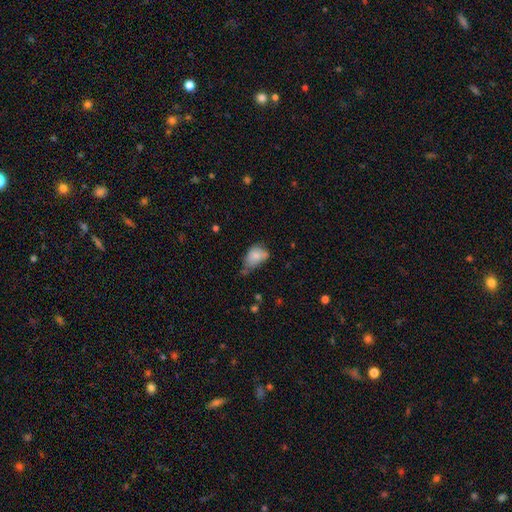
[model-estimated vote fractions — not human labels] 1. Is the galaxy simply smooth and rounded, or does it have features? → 77% smooth, 13% featured or disk, 9% star or artifact.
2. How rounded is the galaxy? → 79% in between, 20% round, 1% cigar-shaped.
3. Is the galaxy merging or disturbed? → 40% minor disturbance, 31% none, 16% major disturbance, 12% merger.